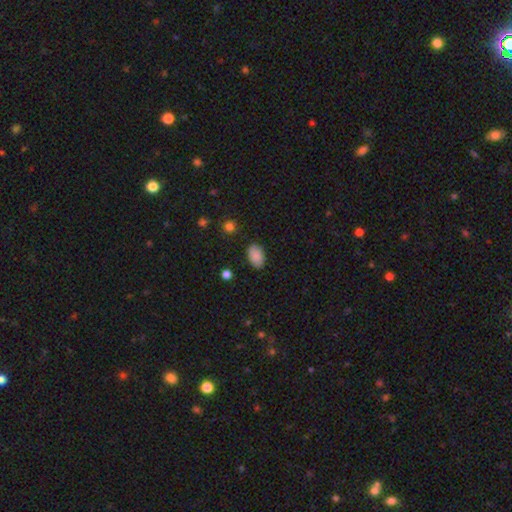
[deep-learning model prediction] This is clearly a smooth galaxy (88%). How rounded: clearly in between (91%). Merging: clearly none (86%).